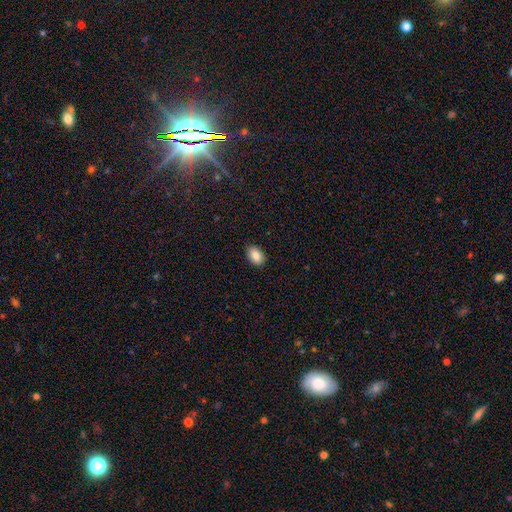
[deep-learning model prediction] This is clearly a smooth galaxy (88%). How rounded: clearly in between (87%). Merging: clearly none (89%).